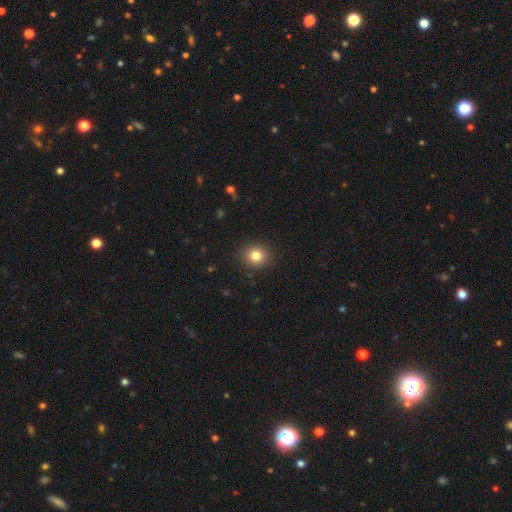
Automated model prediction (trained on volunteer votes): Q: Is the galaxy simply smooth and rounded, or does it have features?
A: smooth — 82%.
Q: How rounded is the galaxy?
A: round — 78%.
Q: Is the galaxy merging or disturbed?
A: none — 89%.